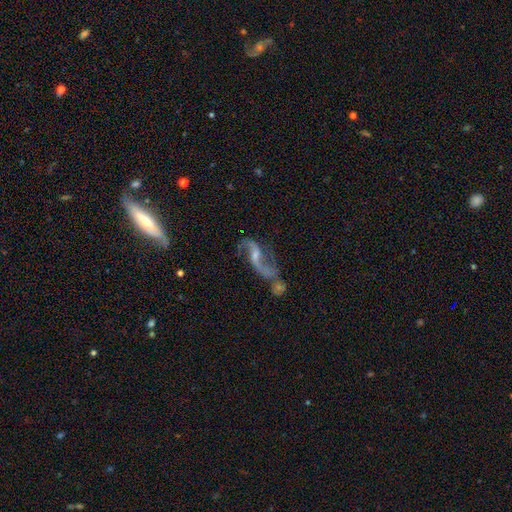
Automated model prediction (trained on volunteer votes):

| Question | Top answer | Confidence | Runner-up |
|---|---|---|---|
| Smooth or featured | featured or disk | 84% | smooth (8%) |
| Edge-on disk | no | 95% | yes (5%) |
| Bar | weak | 44% | no (39%) |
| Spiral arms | yes | 93% | no (7%) |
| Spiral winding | loose | 86% | medium (11%) |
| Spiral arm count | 2 | 90% | 1 (5%) |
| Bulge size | small | 52% | moderate (32%) |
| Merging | none | 39% | merger (29%) |